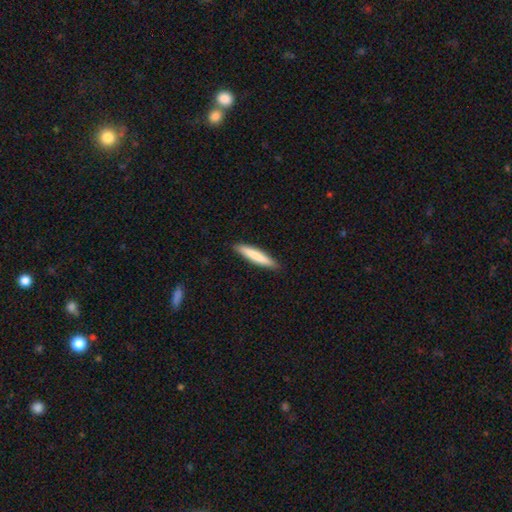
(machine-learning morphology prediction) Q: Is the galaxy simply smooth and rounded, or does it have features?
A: smooth — 77%.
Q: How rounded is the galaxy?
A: cigar-shaped — 90%.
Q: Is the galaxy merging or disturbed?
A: none — 90%.